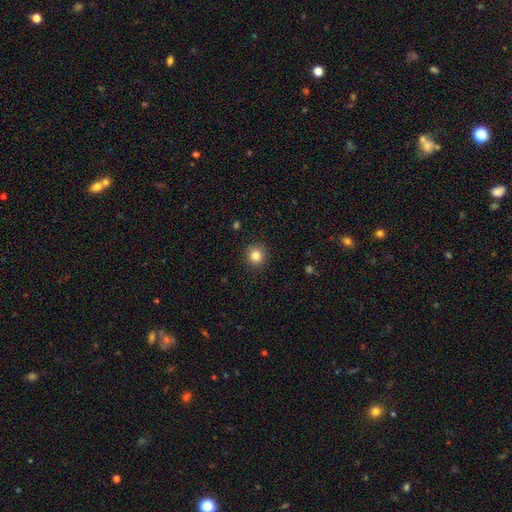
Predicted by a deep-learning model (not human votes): Q: Smooth or featured?
A: smooth (83%); runner-up: star or artifact (11%)
Q: How rounded?
A: round (92%); runner-up: in between (7%)
Q: Merging?
A: none (91%); runner-up: minor disturbance (6%)